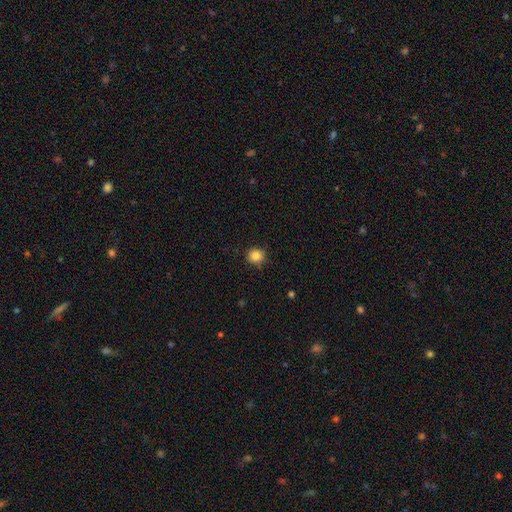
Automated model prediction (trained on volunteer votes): Smooth or featured: smooth — 85% (star or artifact — 11%)
How rounded: round — 83% (in between — 17%)
Merging: none — 86% (minor disturbance — 11%)